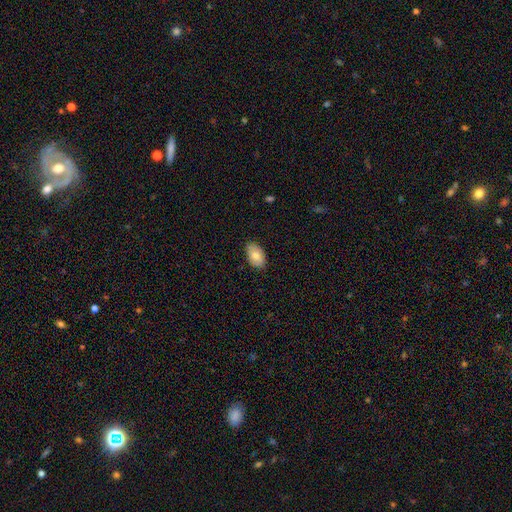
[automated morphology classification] A smooth galaxy with no disk features (81%) that is in between round and cigar-shaped (93%).

Vote fractions:
- Smooth or featured? smooth: 81% / featured or disk: 13% / star or artifact: 7%
- How rounded? in between: 93% / round: 6% / cigar-shaped: 1%
- Merging? none: 86% / minor disturbance: 11% / major disturbance: 2% / merger: 1%